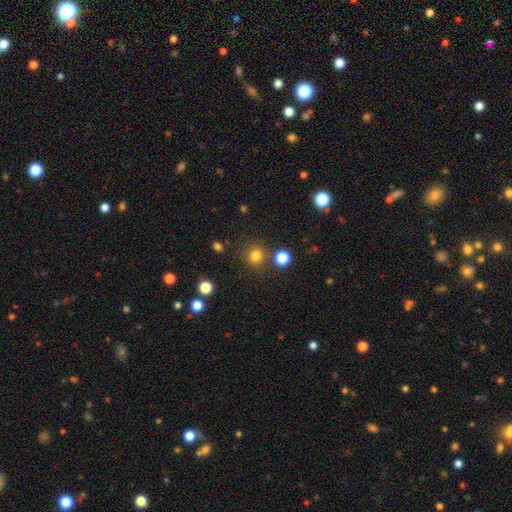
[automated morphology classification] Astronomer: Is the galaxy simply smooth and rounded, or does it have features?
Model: smooth — 80%.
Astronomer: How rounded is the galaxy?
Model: round — 92%.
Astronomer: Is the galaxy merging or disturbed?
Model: none — 82%.